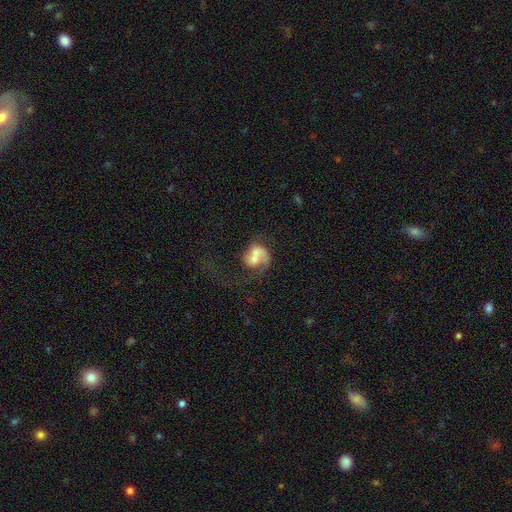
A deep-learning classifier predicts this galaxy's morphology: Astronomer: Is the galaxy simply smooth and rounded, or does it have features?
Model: featured or disk — 57% (runner-up: smooth, 35%).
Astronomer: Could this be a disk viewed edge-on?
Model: no — 98%.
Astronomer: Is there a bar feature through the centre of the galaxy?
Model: no — 72%.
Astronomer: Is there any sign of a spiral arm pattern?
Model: yes — 70%.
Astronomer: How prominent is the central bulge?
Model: moderate — 41% (runner-up: small, 31%).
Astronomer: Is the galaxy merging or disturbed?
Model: merger — 45% (runner-up: major disturbance, 24%).